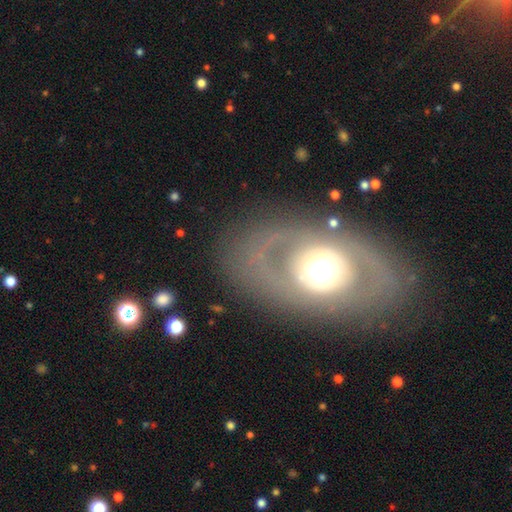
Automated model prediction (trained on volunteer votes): Smooth or featured? Predicted: featured or disk (p=0.72). Edge-on disk? Predicted: no (p=0.92). Bar? Predicted: no (p=0.83). Spiral arms? Predicted: no (p=0.57). Bulge size? Predicted: large (p=0.46). Merging? Predicted: none (p=0.84).